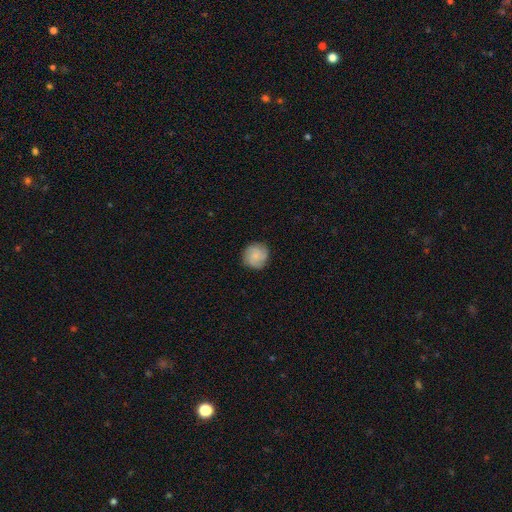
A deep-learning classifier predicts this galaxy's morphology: Smooth or featured?
  - smooth: 48% *
  - featured or disk: 44%
  - star or artifact: 8%
Merging?
  - none: 85% *
  - minor disturbance: 11%
  - major disturbance: 3%
  - merger: 1%